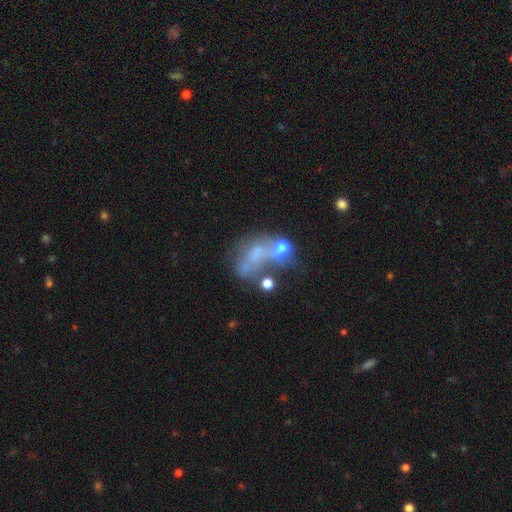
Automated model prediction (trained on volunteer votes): This appears to be a featured or disk galaxy (46%). Merging: merger (36%).